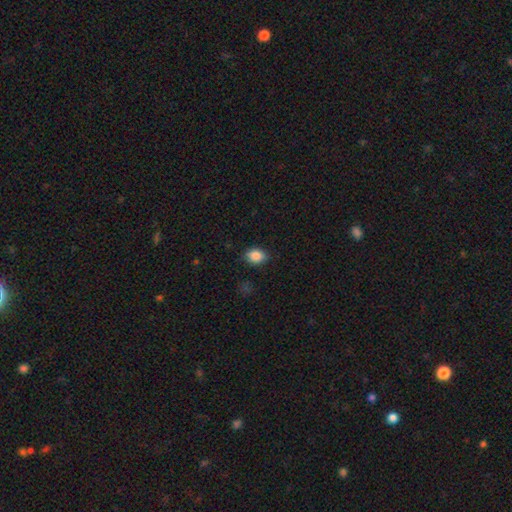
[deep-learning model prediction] Smooth or featured: smooth — 86% (star or artifact — 9%)
How rounded: in between — 66% (round — 33%)
Merging: none — 80% (minor disturbance — 16%)